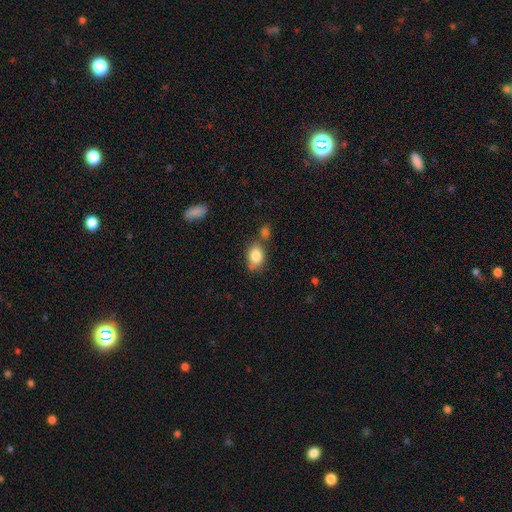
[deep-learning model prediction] smooth 83%, star or artifact 9%, featured or disk 8%. Down the decision tree: how rounded — in between (69%); merging — none (61%).